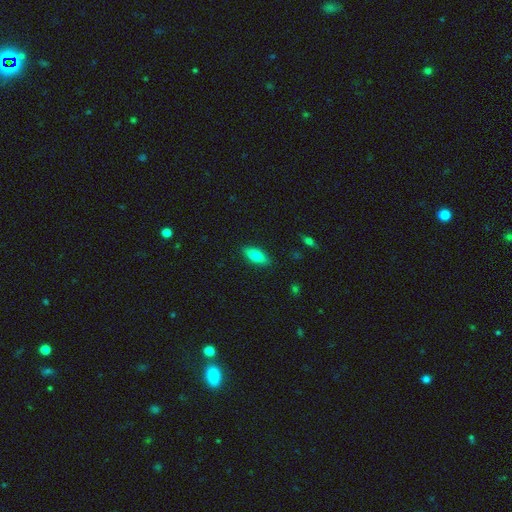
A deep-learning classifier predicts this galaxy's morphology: smooth 75%, featured or disk 18%, star or artifact 7%. Down the decision tree: how rounded — in between (75%); merging — none (88%).